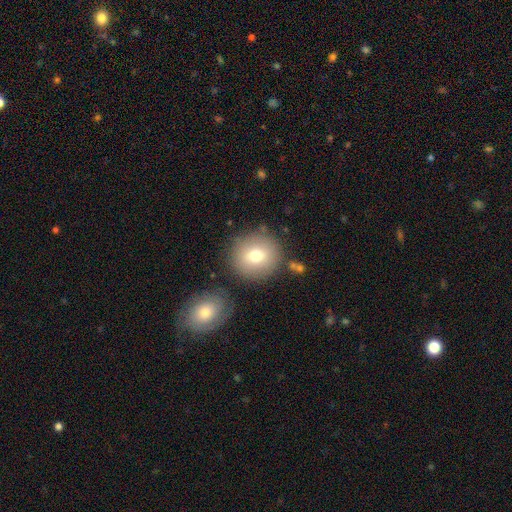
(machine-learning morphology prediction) smooth 74%, featured or disk 16%, star or artifact 10%. Down the decision tree: how rounded — round (92%); merging — none (81%).